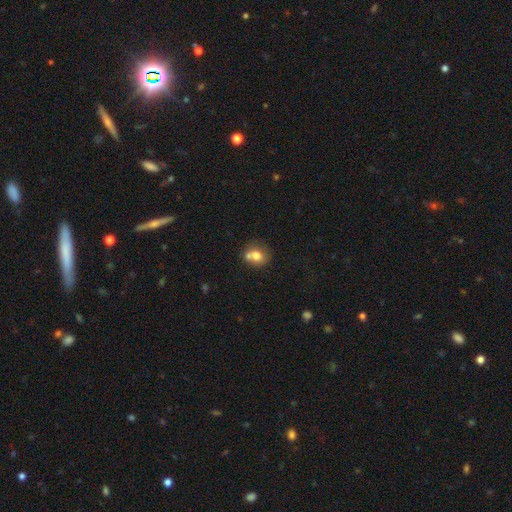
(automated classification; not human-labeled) smooth-or-featured: smooth: 72% | featured or disk: 18% | star or artifact: 10%
  how-rounded: round: 65% | in between: 34% | cigar-shaped: 1%
  merging: none: 42% | merger: 41% | minor disturbance: 13% | major disturbance: 4%